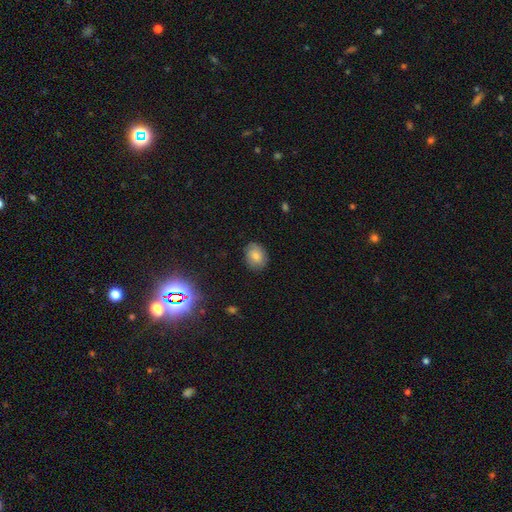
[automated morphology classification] Q: Smooth or featured?
A: smooth (78%); runner-up: featured or disk (12%)
Q: How rounded?
A: in between (58%); runner-up: round (41%)
Q: Merging?
A: none (83%); runner-up: minor disturbance (13%)